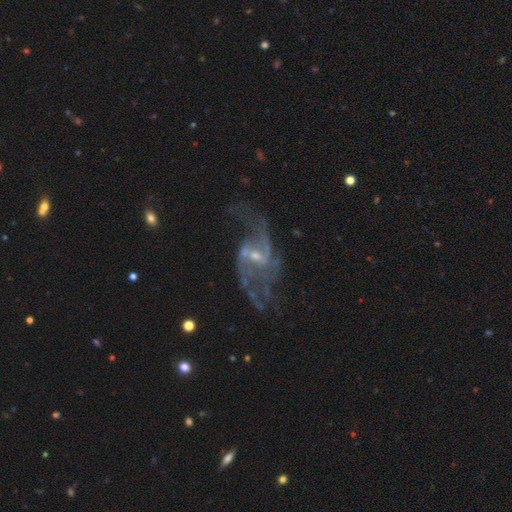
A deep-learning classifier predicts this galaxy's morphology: smooth-or-featured: featured or disk: 89% | star or artifact: 7% | smooth: 5%
  disk-edge-on: no: 97% | yes: 3%
    bar: weak: 53% | no: 25% | strong: 22%
    has-spiral-arms: yes: 94% | no: 6%
      spiral-winding: loose: 67% | medium: 26% | tight: 7%
      spiral-arm-count: 2: 75% | can't tell: 9% | 3: 6% | 1: 4% | 4: 3% | more than 4: 3%
    bulge-size: small: 59% | moderate: 35% | none: 4% | large: 2% | dominant: 1%
  merging: none: 53% | major disturbance: 26% | minor disturbance: 17% | merger: 5%